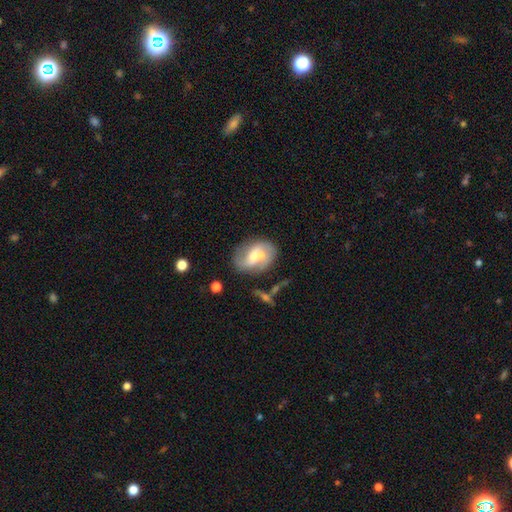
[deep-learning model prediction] A featured or disk galaxy (64%) with no bar (47%), 2 (76%) loose (42%, tied with medium) spiral arms (82%) and a moderate central bulge (48%). Merging: none (55%).